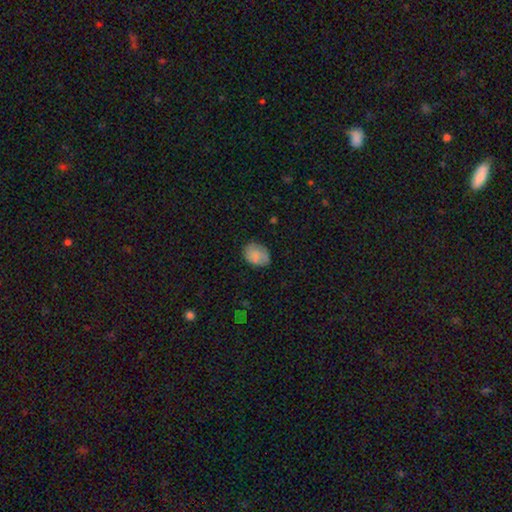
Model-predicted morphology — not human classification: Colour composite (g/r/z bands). It shows a smooth galaxy with no disk features (80%) that is in between round and cigar-shaped (67%). Merging: none (71%).